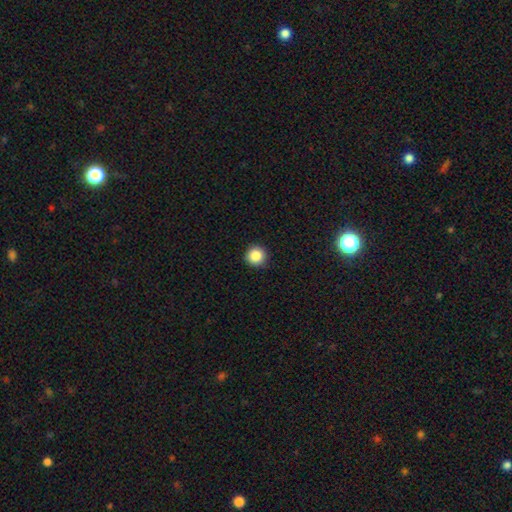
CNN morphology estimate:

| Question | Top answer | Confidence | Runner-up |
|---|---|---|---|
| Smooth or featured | smooth | 87% | star or artifact (10%) |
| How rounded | round | 96% | in between (3%) |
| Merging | none | 91% | minor disturbance (6%) |